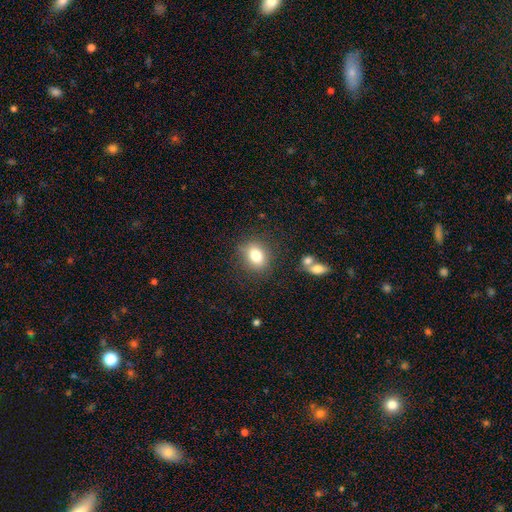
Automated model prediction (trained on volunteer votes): A smooth galaxy with no disk features (79%) that is in between round and cigar-shaped (51%). Merging: none (82%).